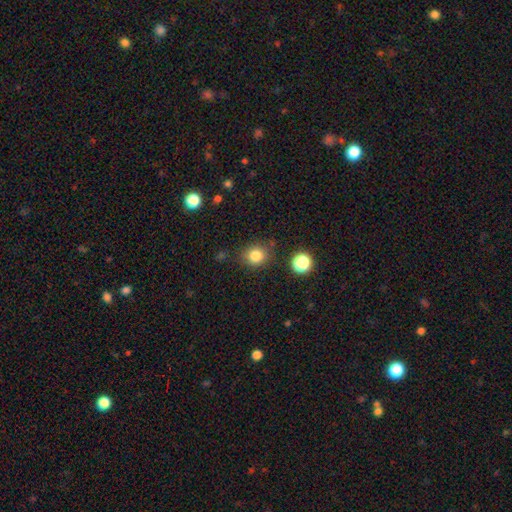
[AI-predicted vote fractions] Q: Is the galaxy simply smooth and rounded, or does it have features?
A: smooth — 81%.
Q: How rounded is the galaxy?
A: round — 79%.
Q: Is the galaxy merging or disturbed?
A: none — 82%.